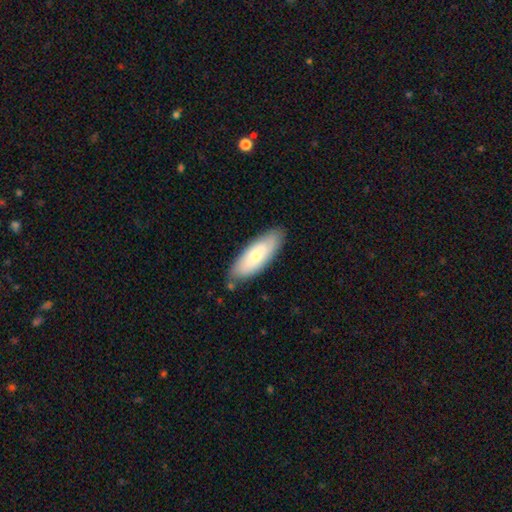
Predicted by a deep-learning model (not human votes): Q: Smooth or featured?
A: smooth (60%); runner-up: featured or disk (34%)
Q: How rounded?
A: in between (65%); runner-up: cigar-shaped (34%)
Q: Merging?
A: none (80%); runner-up: minor disturbance (15%)